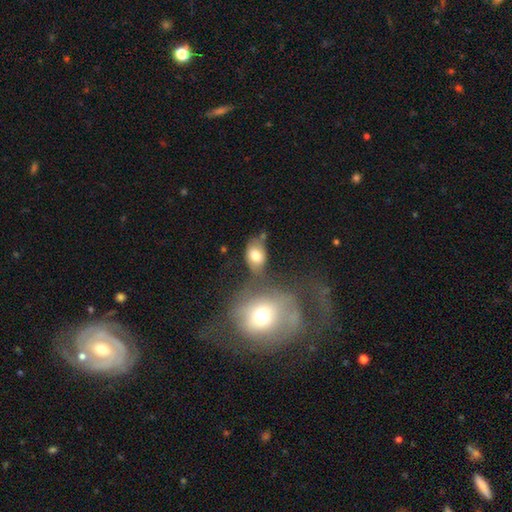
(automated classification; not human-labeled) smooth-or-featured: smooth: 73% | featured or disk: 18% | star or artifact: 10%
  how-rounded: in between: 76% | round: 22% | cigar-shaped: 2%
  merging: none: 47% | merger: 22% | minor disturbance: 20% | major disturbance: 11%